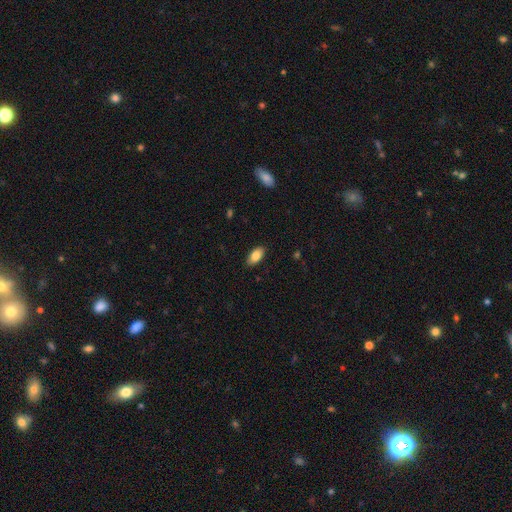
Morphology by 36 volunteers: This is clearly a smooth galaxy (94%). How rounded: clearly in between (88%). Merging: clearly none (94%).